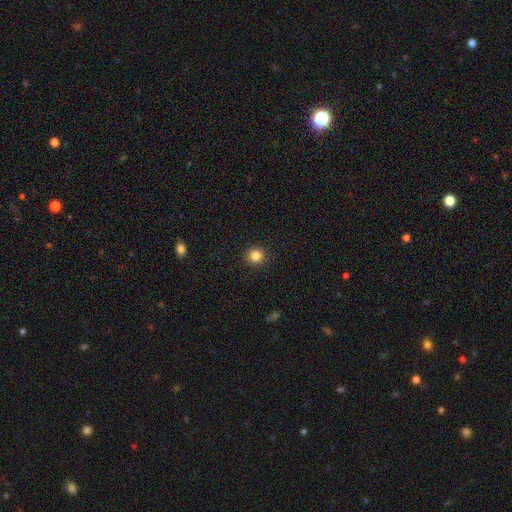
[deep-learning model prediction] Smooth or featured: smooth — 84% (star or artifact — 12%)
How rounded: round — 93% (in between — 6%)
Merging: none — 92% (minor disturbance — 5%)